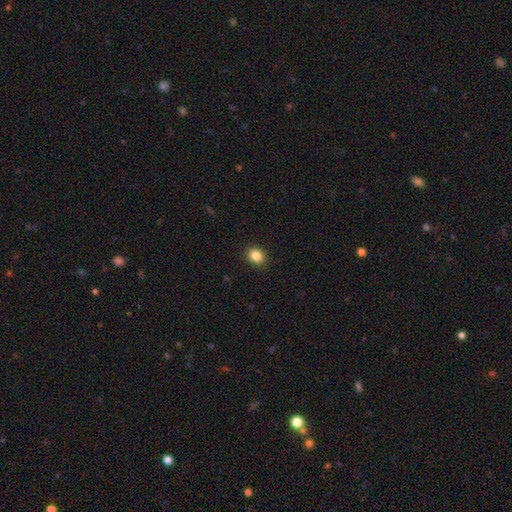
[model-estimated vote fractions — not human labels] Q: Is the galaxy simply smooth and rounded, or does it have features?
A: smooth — 86%.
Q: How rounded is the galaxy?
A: round — 56%.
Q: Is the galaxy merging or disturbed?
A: none — 91%.